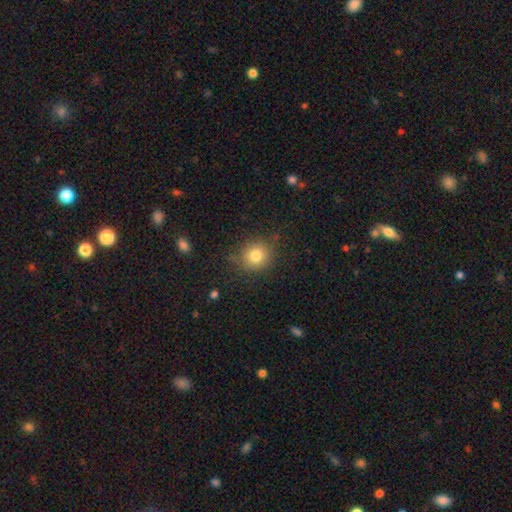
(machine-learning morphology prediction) Smooth or featured: smooth — 80% (star or artifact — 12%)
How rounded: round — 86% (in between — 13%)
Merging: none — 82% (minor disturbance — 12%)